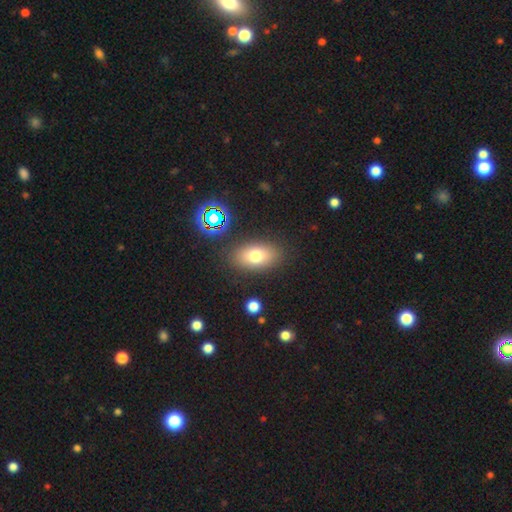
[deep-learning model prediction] Morphology: type=smooth (73%); roundness=in between (86%); merging=none (84%).